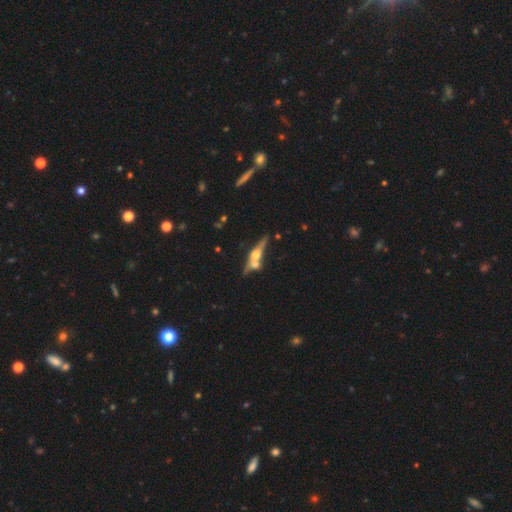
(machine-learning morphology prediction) Q: Smooth or featured?
A: featured or disk (71%); runner-up: smooth (21%)
Q: Edge-on disk?
A: yes (93%); runner-up: no (7%)
Q: Edge-on bulge?
A: rounded (93%); runner-up: boxy (5%)
Q: Merging?
A: none (58%); runner-up: merger (26%)